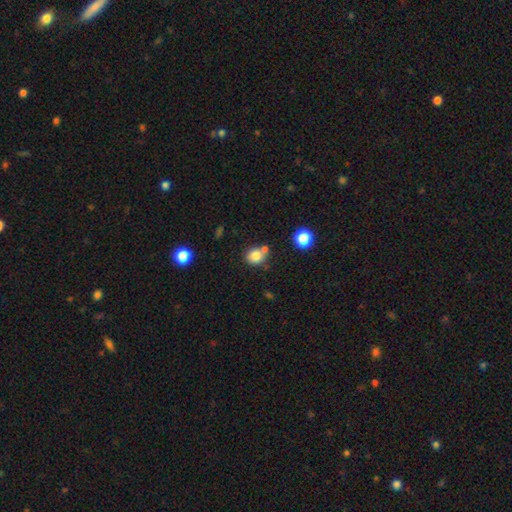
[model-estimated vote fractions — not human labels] The model was most divided on "merging": none: 61%, merger: 23%, minor disturbance: 12%, major disturbance: 4%. More confident: smooth or featured — smooth (81%); how rounded — round (76%).